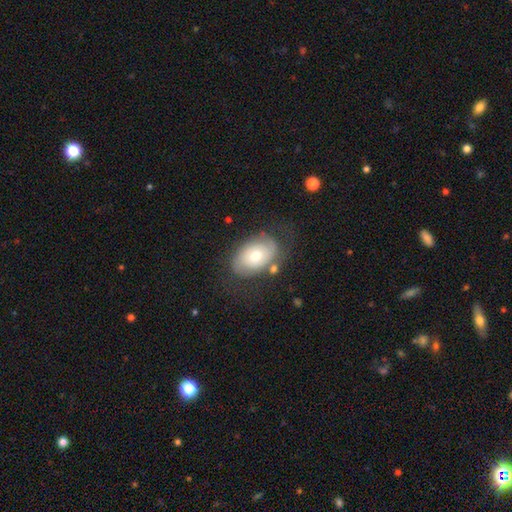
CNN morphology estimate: Smooth or featured: featured or disk — 50% (smooth — 42%)
Edge-on disk: no — 94% (yes — 6%)
Merging: none — 66% (minor disturbance — 19%)